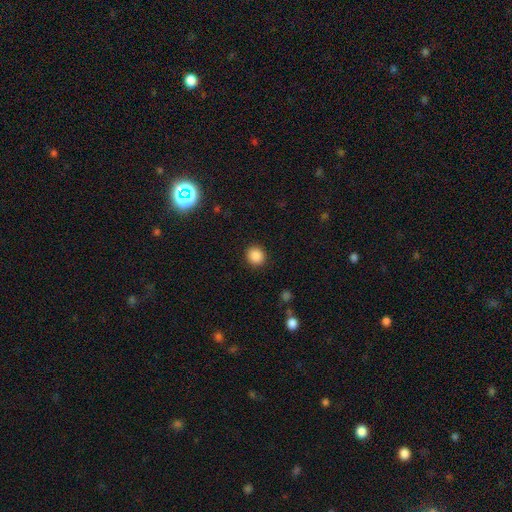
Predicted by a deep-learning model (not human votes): Q: Smooth or featured?
A: smooth (87%); runner-up: star or artifact (10%)
Q: How rounded?
A: round (87%); runner-up: in between (12%)
Q: Merging?
A: none (91%); runner-up: minor disturbance (6%)